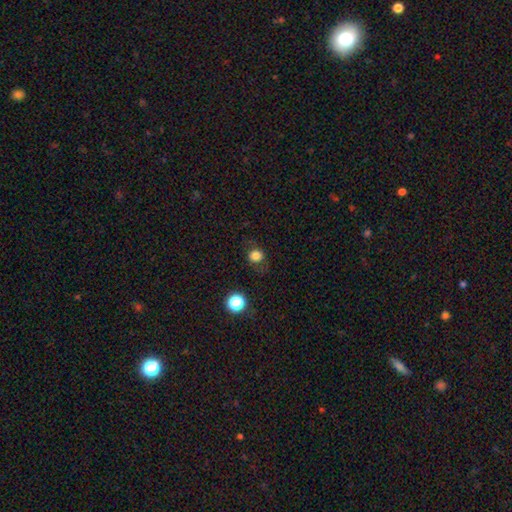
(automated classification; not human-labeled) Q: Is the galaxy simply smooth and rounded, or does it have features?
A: smooth — 81%.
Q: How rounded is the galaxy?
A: round — 81%.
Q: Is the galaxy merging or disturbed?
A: none — 75%.